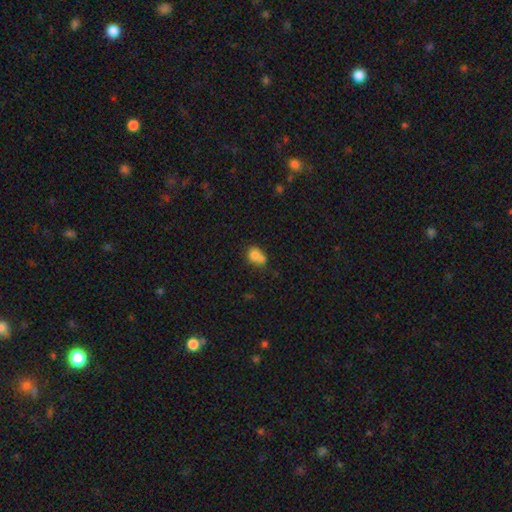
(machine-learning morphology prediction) This appears to be a smooth galaxy with no disk features (74%) that is round (55%). Merging: merger (54%).